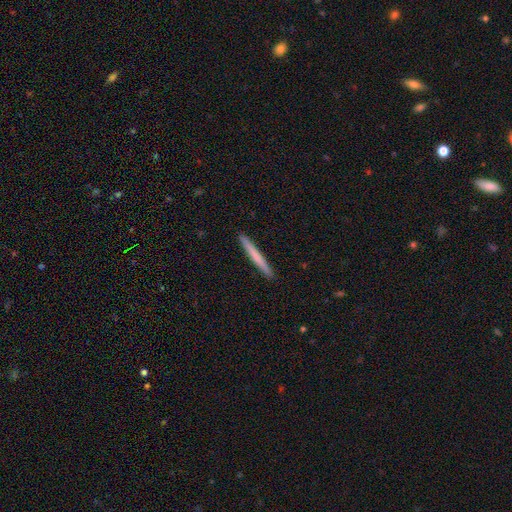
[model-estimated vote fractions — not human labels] smooth 66%, featured or disk 29%, star or artifact 5%. Down the decision tree: how rounded — cigar-shaped (97%); merging — none (93%).